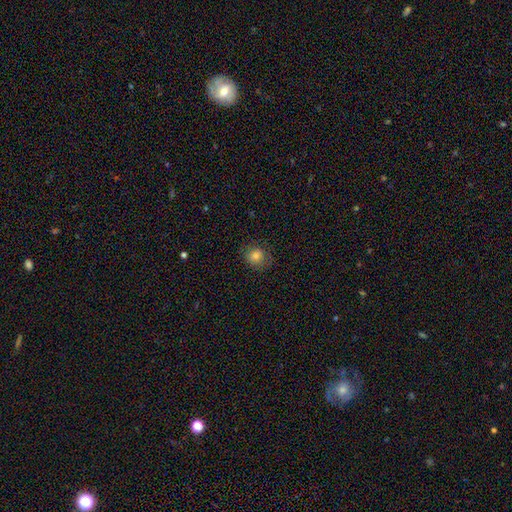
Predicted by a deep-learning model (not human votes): smooth 79%, star or artifact 12%, featured or disk 10%. Down the decision tree: how rounded — round (79%); merging — none (78%).